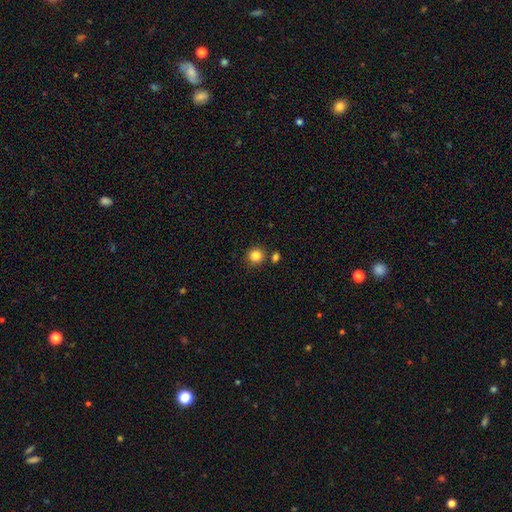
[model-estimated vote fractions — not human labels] A smooth galaxy with no disk features (85%) that is round (90%). Merging: none (80%).